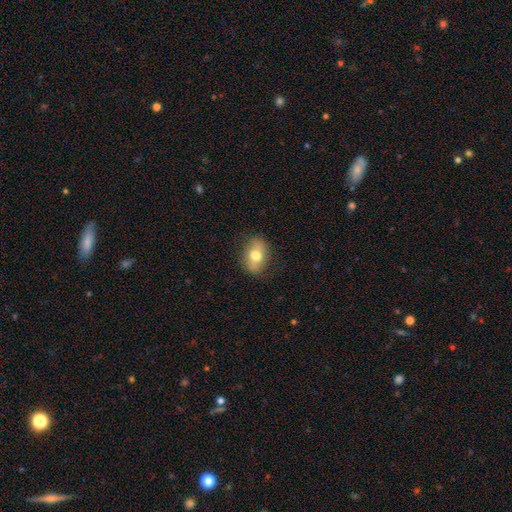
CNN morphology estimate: type=smooth (67%); roundness=in between (78%); merging=none (82%).